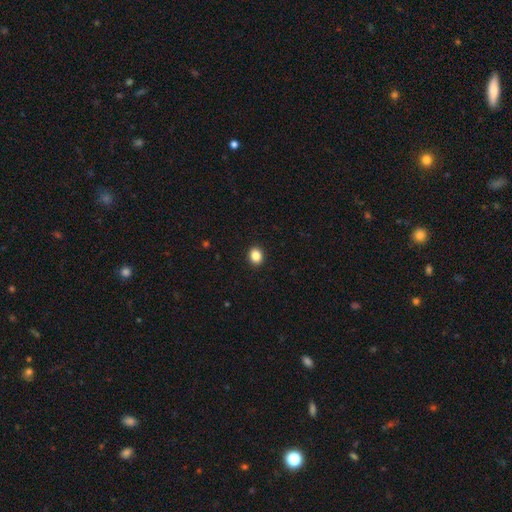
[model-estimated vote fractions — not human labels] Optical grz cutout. It shows a smooth galaxy with no disk features (86%) that is round (58%). Merging: none (92%).